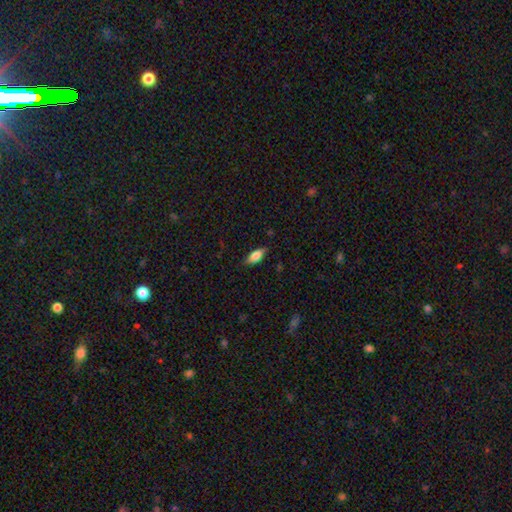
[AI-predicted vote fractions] This appears to be a smooth galaxy with no disk features (70%) that is in between round and cigar-shaped (79%). Merging: none (80%).